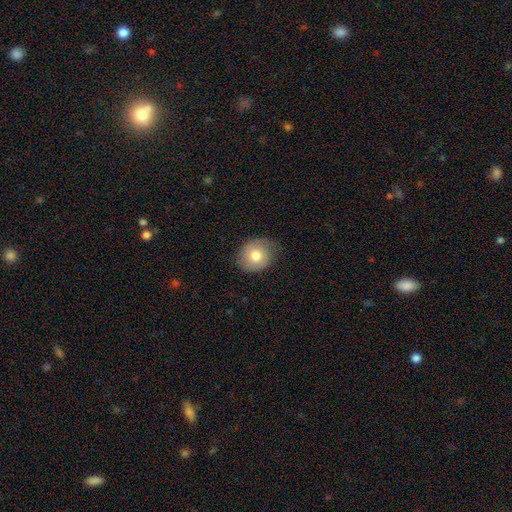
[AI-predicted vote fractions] Smooth or featured? smooth (66%)
How rounded? round (64%)
Merging? none (71%)